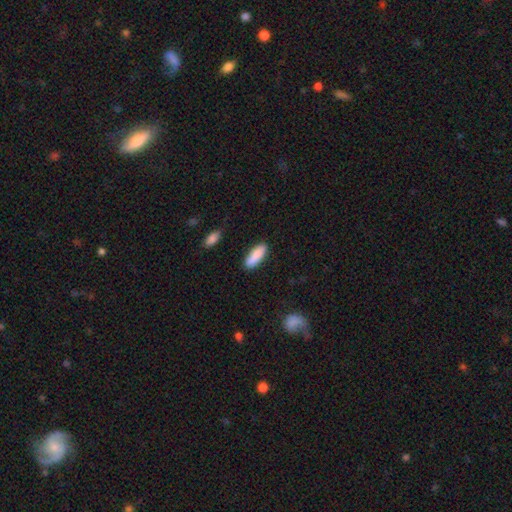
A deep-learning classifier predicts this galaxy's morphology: smooth 88%, featured or disk 6%, star or artifact 6%. Down the decision tree: how rounded — in between (58%); merging — none (86%).